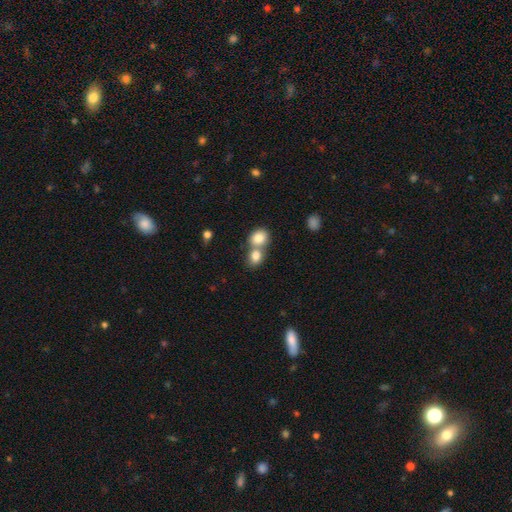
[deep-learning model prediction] This is clearly a smooth galaxy (82%). How rounded: possibly round (54%). Merging: possibly merger (60%).